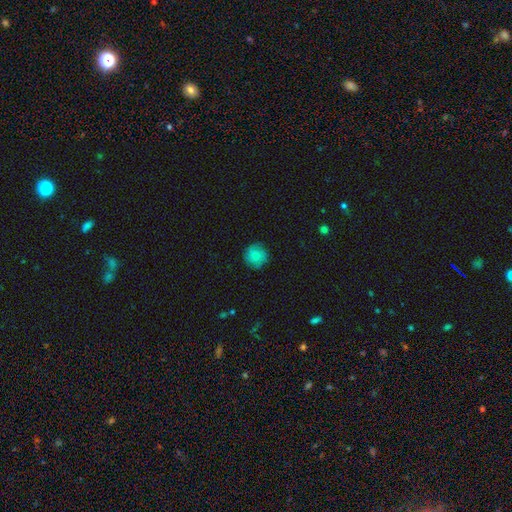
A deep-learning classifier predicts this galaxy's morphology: smooth_or_featured: smooth (p=0.82) [alt: featured or disk p=0.10]
how_rounded: round (p=0.93) [alt: in between p=0.06]
merging: none (p=0.85) [alt: minor disturbance p=0.12]